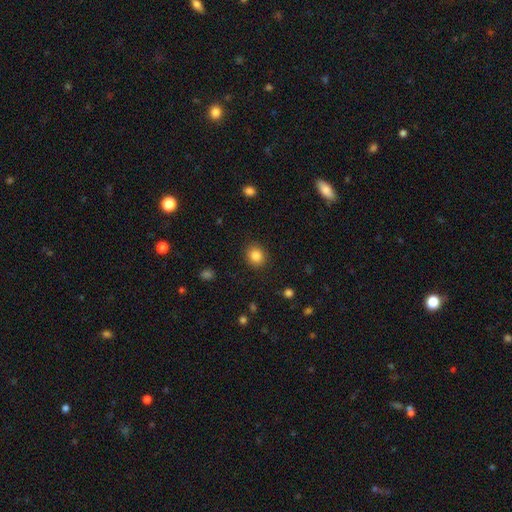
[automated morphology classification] type=smooth (85%); roundness=round (73%); merging=none (88%).